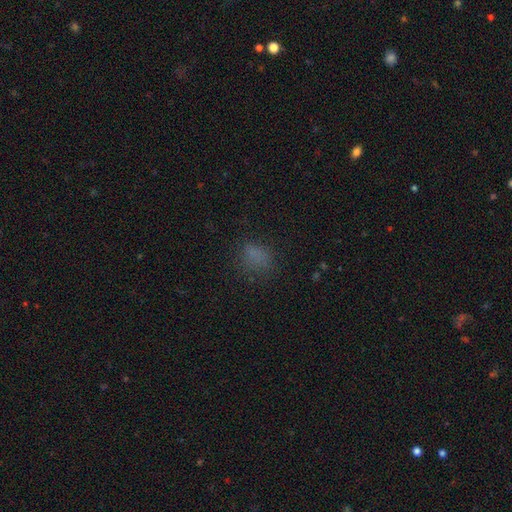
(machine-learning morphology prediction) Smooth or featured? Predicted: smooth (p=0.69). How rounded? Predicted: in between (p=0.57). Merging? Predicted: none (p=0.67).